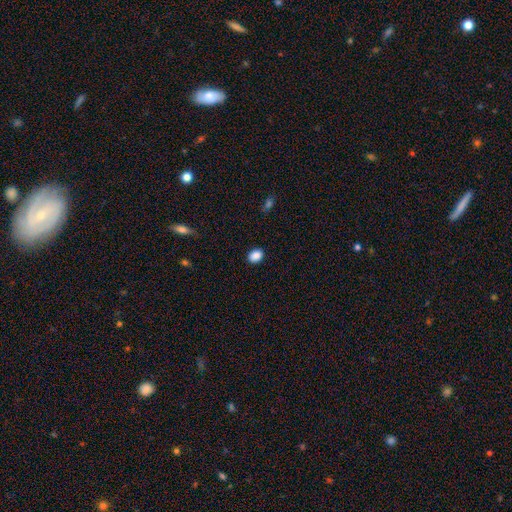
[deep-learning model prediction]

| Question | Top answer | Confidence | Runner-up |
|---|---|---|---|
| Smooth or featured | smooth | 88% | star or artifact (9%) |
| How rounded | in between | 59% | round (40%) |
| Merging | none | 89% | minor disturbance (8%) |